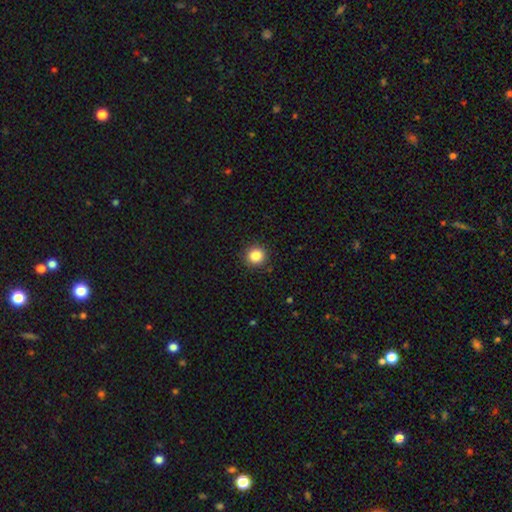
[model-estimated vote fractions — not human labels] smooth-or-featured: smooth: 86% | star or artifact: 10% | featured or disk: 4%
  how-rounded: round: 93% | in between: 6% | cigar-shaped: 1%
  merging: none: 91% | minor disturbance: 6% | major disturbance: 2% | merger: 1%